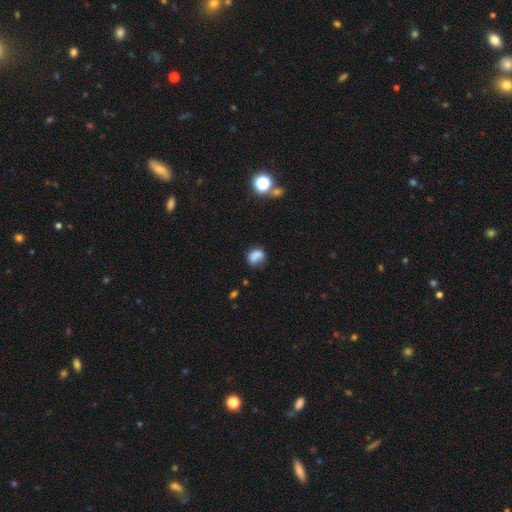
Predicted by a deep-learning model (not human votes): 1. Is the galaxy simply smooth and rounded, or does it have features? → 79% smooth, 11% star or artifact, 10% featured or disk.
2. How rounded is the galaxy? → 53% in between, 46% round, 2% cigar-shaped.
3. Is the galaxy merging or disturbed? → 59% none, 27% minor disturbance, 9% major disturbance, 5% merger.